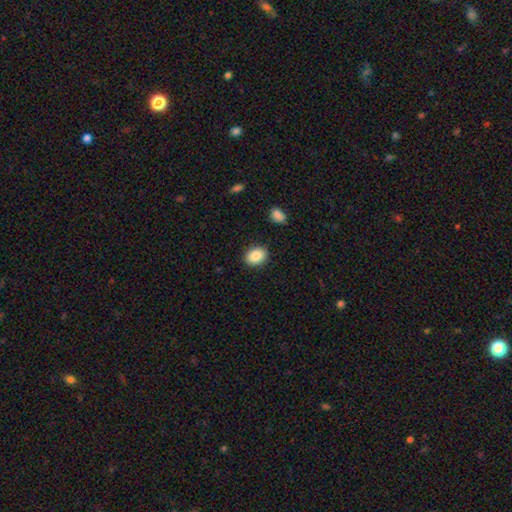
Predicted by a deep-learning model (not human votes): Smooth or featured? Predicted: smooth (p=0.86). How rounded? Predicted: in between (p=0.65). Merging? Predicted: none (p=0.88).